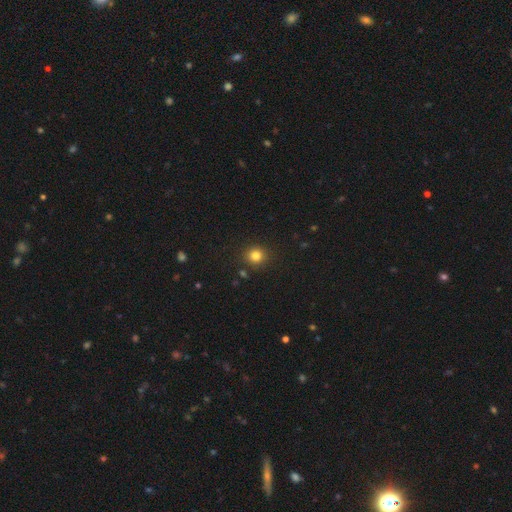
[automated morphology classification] smooth_or_featured: smooth (p=0.82) [alt: star or artifact p=0.13]
how_rounded: round (p=0.90) [alt: in between p=0.09]
merging: none (p=0.89) [alt: minor disturbance p=0.07]